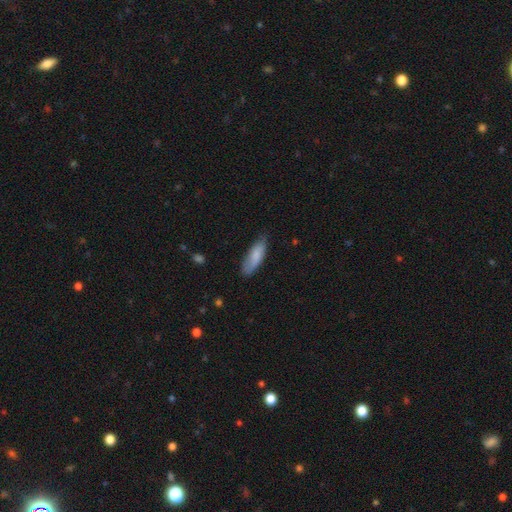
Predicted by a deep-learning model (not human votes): This is clearly a smooth galaxy (81%). How rounded: possibly in between (60%). Merging: likely none (70%).